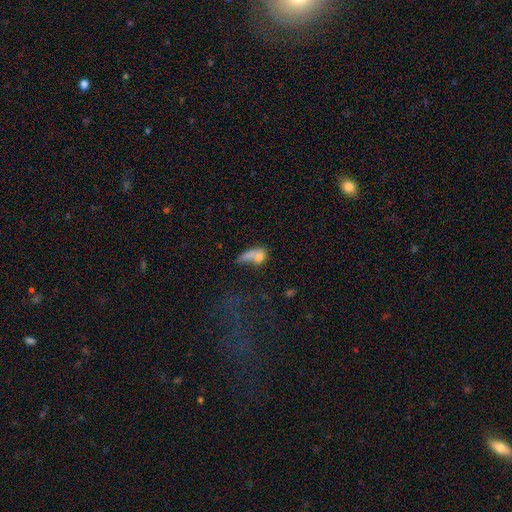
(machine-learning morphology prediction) The model was most divided on "merging": merger: 44%, major disturbance: 24%, none: 19%, minor disturbance: 13%. More confident: how rounded — in between (71%); smooth or featured — smooth (66%).